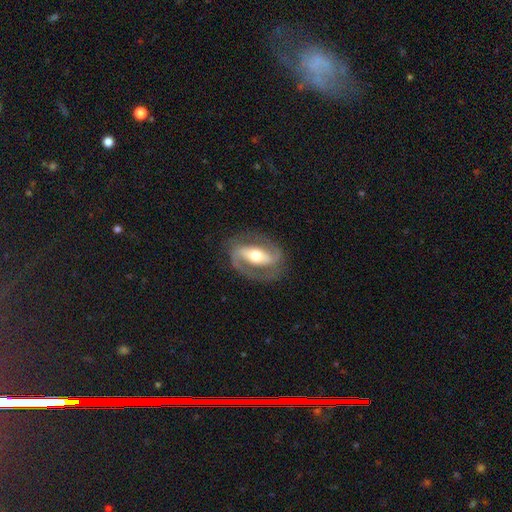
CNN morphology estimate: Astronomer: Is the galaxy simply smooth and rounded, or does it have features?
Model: featured or disk — 85%.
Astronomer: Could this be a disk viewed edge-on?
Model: no — 94%.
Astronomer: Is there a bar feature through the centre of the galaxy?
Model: strong — 58%.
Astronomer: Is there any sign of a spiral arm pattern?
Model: yes — 91%.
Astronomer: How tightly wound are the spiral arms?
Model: medium — 50% (runner-up: tight, 27%).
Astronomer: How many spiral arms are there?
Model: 2 — 87%.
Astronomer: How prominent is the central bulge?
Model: moderate — 68%.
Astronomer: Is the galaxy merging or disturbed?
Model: none — 79%.